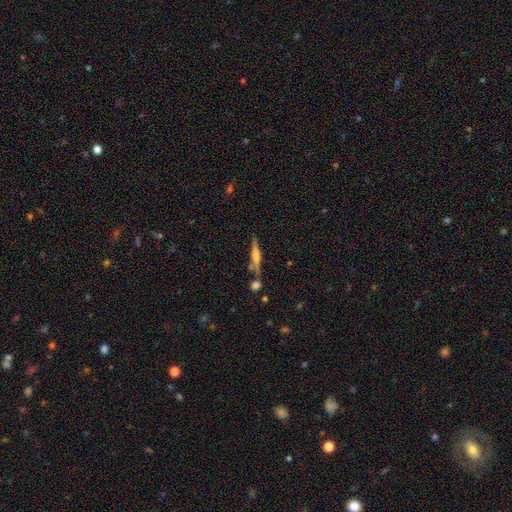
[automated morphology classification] A featured or disk galaxy (61%) viewed edge-on (96%) with a rounded central bulge (65%). Merging: none (75%).